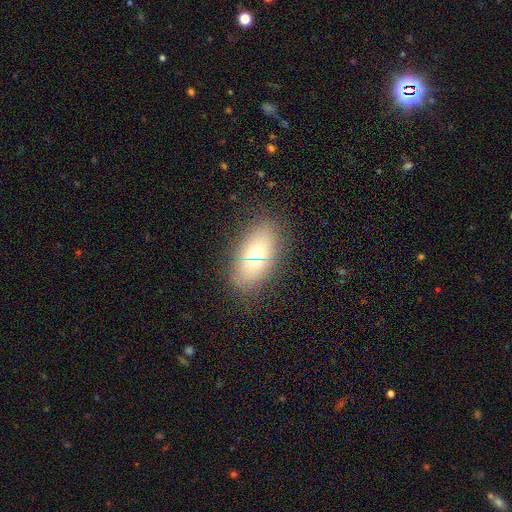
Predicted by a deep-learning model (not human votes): A smooth galaxy with no disk features (68%) that is in between round and cigar-shaped (87%).

Vote fractions:
- Smooth or featured? smooth: 68% / featured or disk: 20% / star or artifact: 12%
- How rounded? in between: 87% / round: 9% / cigar-shaped: 5%
- Merging? none: 82% / minor disturbance: 12% / major disturbance: 5% / merger: 1%